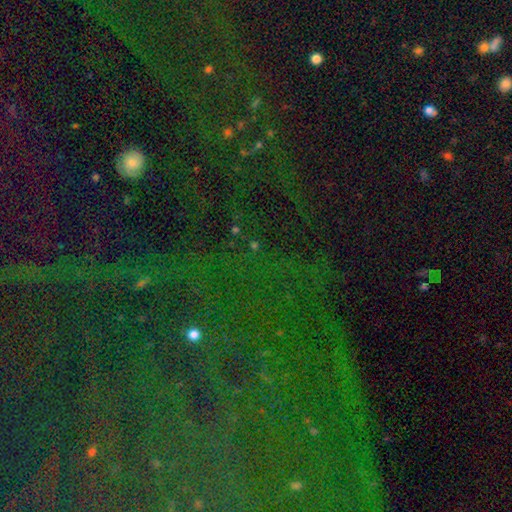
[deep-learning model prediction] Smooth or featured: star or artifact — 81% (smooth — 11%)